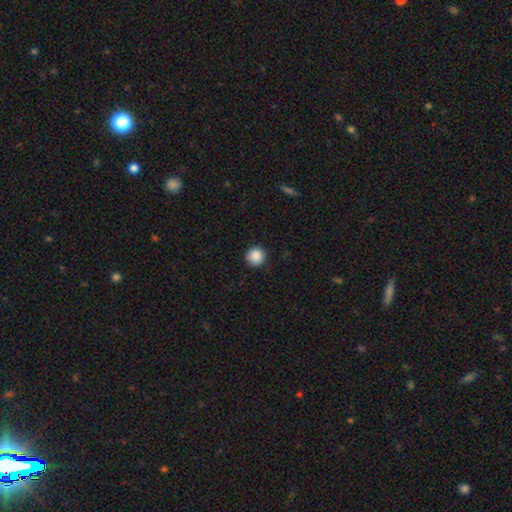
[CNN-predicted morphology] Smooth or featured? smooth (88%)
How rounded? round (95%)
Merging? none (88%)